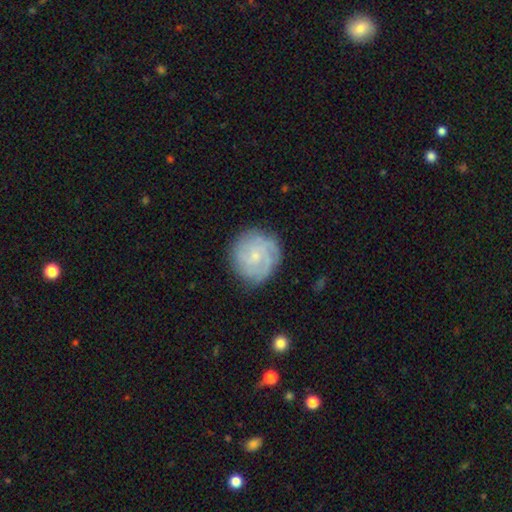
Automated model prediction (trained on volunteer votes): This appears to be a featured or disk galaxy (71%) with no bar (71%), tight (66%) spiral arms (94%) and a small central bulge (72%). Merging: none (79%).